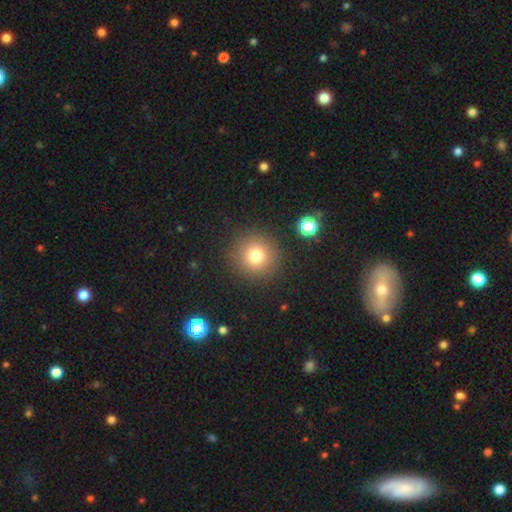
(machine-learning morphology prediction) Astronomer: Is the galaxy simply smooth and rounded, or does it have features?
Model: smooth — 78%.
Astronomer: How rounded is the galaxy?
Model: round — 94%.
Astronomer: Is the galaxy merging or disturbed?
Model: none — 89%.